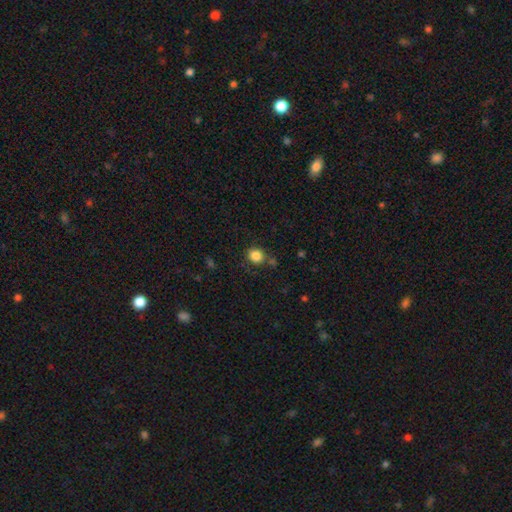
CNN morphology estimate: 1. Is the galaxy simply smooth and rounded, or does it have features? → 84% smooth, 11% star or artifact, 5% featured or disk.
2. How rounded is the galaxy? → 79% round, 20% in between, 1% cigar-shaped.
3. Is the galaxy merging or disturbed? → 76% none, 12% minor disturbance, 7% merger, 4% major disturbance.